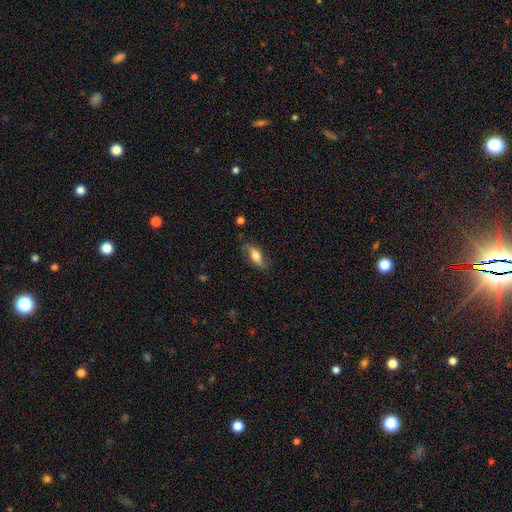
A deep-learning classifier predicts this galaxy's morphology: A smooth galaxy with no disk features (57%) that is in between round and cigar-shaped (77%).

Vote fractions:
- Smooth or featured? smooth: 57% / featured or disk: 36% / star or artifact: 7%
- How rounded? in between: 77% / cigar-shaped: 19% / round: 4%
- Merging? none: 72% / minor disturbance: 20% / major disturbance: 6% / merger: 2%